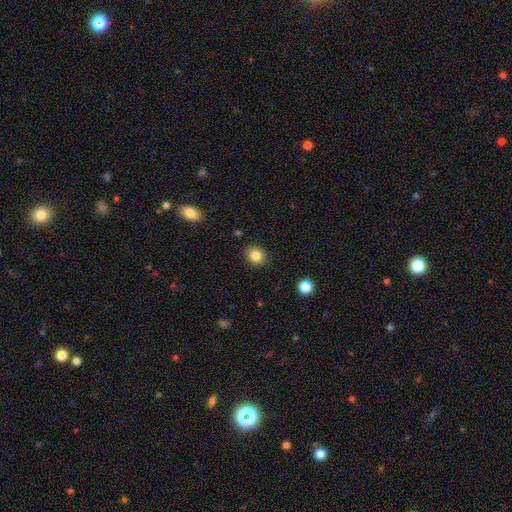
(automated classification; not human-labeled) Q: Smooth or featured?
A: smooth (85%); runner-up: star or artifact (10%)
Q: How rounded?
A: round (72%); runner-up: in between (27%)
Q: Merging?
A: none (88%); runner-up: minor disturbance (8%)